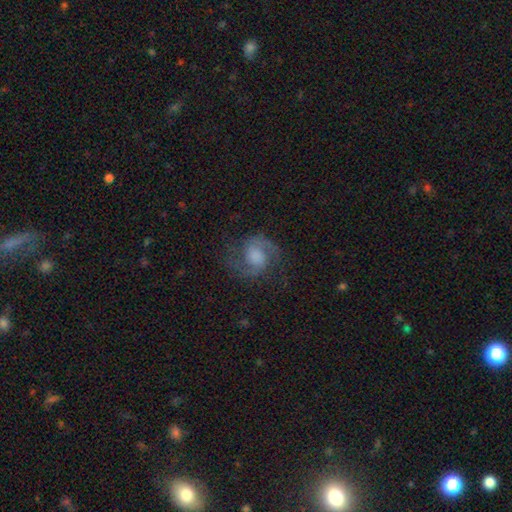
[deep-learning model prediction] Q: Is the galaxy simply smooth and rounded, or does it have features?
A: featured or disk — 83%.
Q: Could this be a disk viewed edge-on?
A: no — 98%.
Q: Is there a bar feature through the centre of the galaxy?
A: no — 51%.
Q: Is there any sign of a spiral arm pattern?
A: yes — 97%.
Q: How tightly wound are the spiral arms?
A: medium — 59%.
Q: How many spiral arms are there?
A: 2 — 93%.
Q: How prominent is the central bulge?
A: moderate — 29%.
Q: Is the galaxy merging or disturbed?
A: none — 77%.